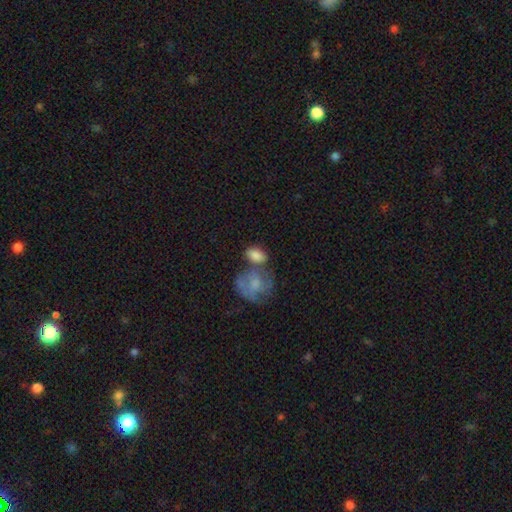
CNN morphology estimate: This appears to be a smooth galaxy with no disk features (77%) that is in between round and cigar-shaped (82%). Merging: none (44%).